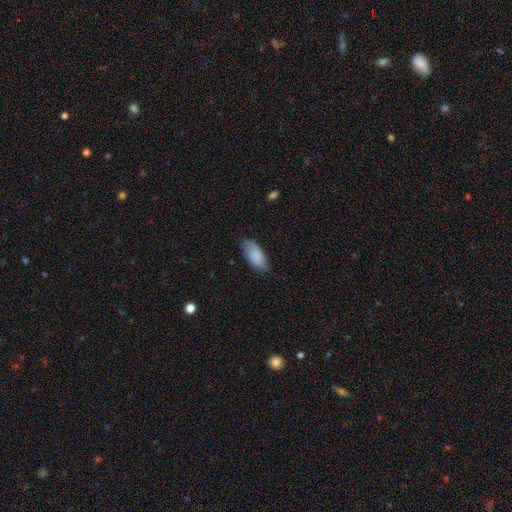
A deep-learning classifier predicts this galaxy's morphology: A smooth galaxy with no disk features (88%) that is in between round and cigar-shaped (89%). Merging: none (80%).